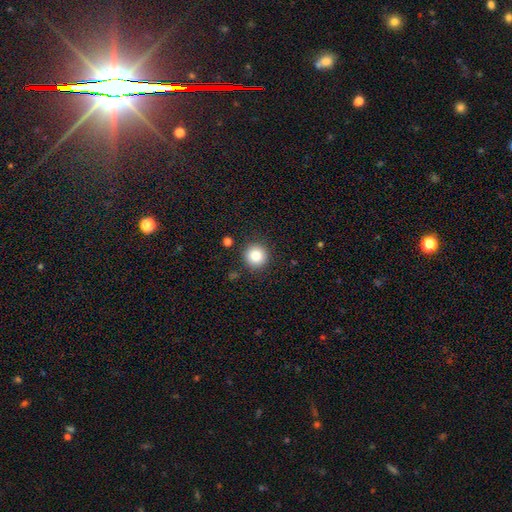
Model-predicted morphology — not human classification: The model was most divided on "smooth or featured": smooth: 84%, star or artifact: 10%, featured or disk: 6%. More confident: how rounded — round (94%); merging — none (89%).